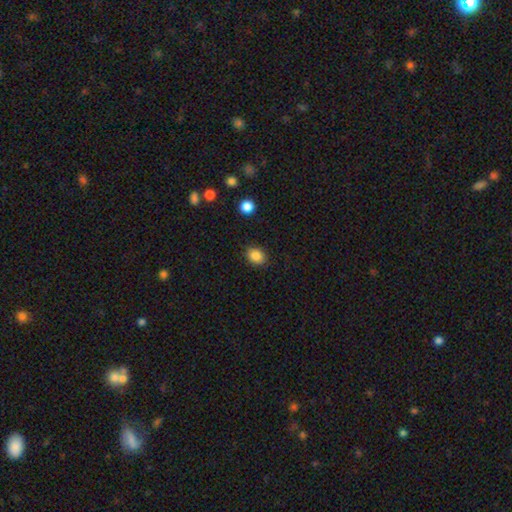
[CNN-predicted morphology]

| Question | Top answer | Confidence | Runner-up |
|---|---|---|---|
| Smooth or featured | smooth | 86% | star or artifact (9%) |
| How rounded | in between | 57% | round (42%) |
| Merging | none | 87% | minor disturbance (9%) |